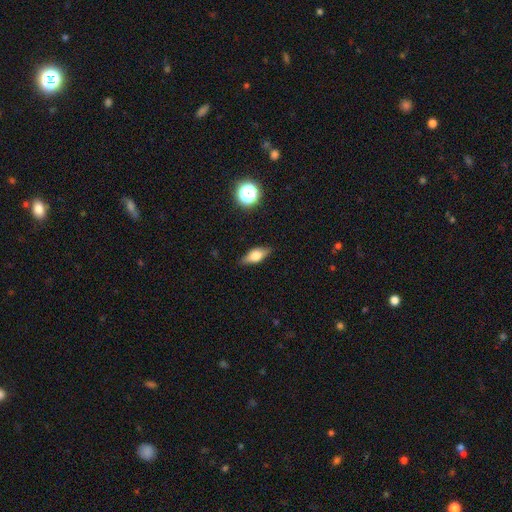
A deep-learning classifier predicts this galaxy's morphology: A smooth galaxy with no disk features (56%) that is in between round and cigar-shaped (72%). Merging: none (85%).